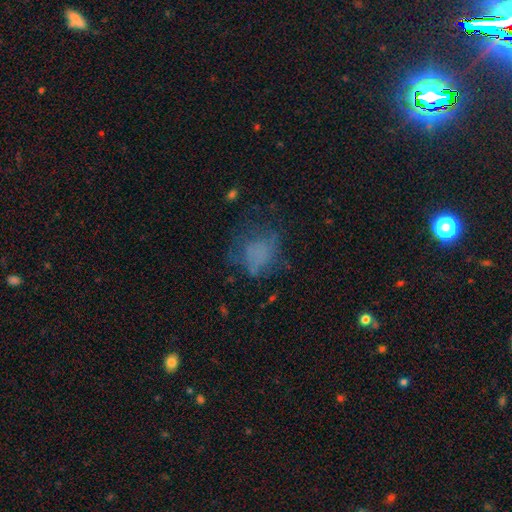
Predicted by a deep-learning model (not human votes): This appears to be a smooth galaxy with no disk features (55%) that is round (56%). Merging: none (51%).